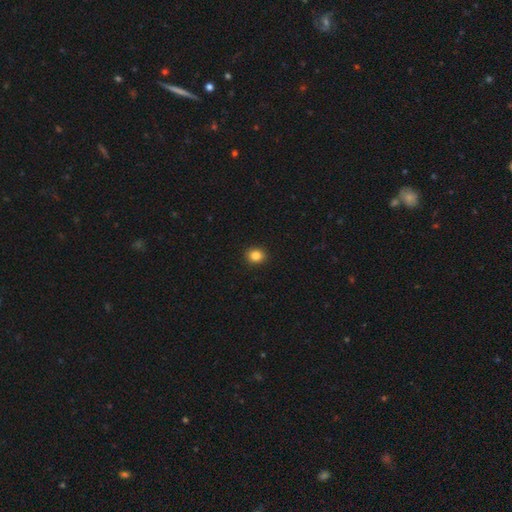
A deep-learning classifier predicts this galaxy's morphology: Smooth or featured? smooth (85%)
How rounded? round (73%)
Merging? none (92%)